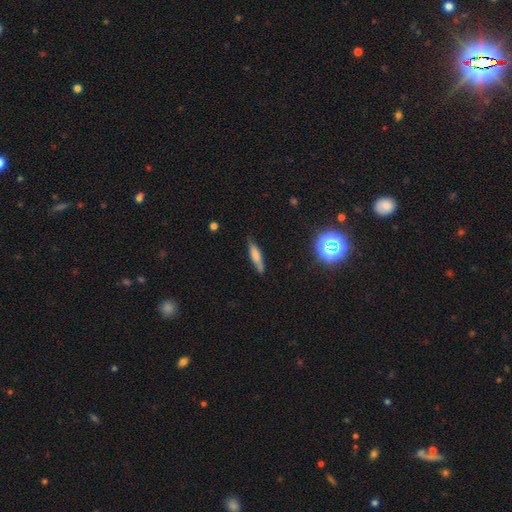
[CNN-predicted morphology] Smooth or featured: smooth — 61% (featured or disk — 28%)
How rounded: cigar-shaped — 77% (in between — 21%)
Merging: none — 78% (minor disturbance — 17%)